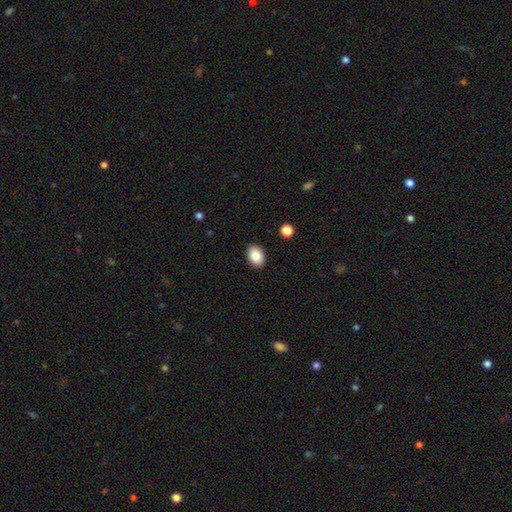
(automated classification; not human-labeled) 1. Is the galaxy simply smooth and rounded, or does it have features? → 86% smooth, 8% star or artifact, 7% featured or disk.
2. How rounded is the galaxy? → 78% in between, 21% round, 1% cigar-shaped.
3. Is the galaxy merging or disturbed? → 90% none, 7% minor disturbance, 2% major disturbance, 1% merger.